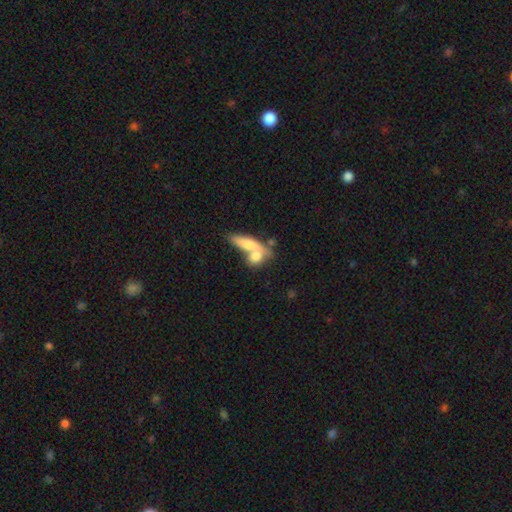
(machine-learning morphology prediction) Smooth or featured? smooth (72%)
How rounded? in between (53%)
Merging? merger (56%)